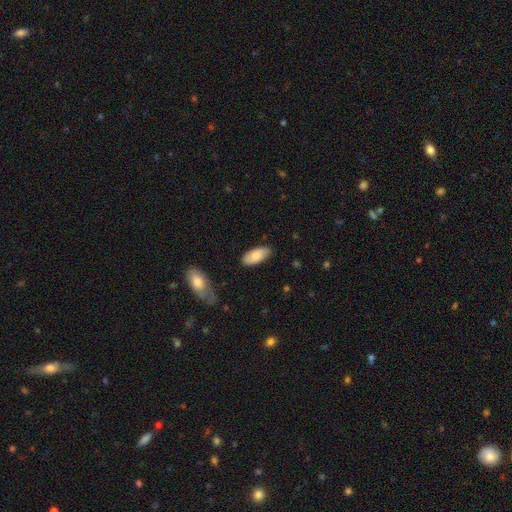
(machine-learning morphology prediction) This is clearly a smooth galaxy (81%). How rounded: clearly in between (91%). Merging: clearly none (83%).